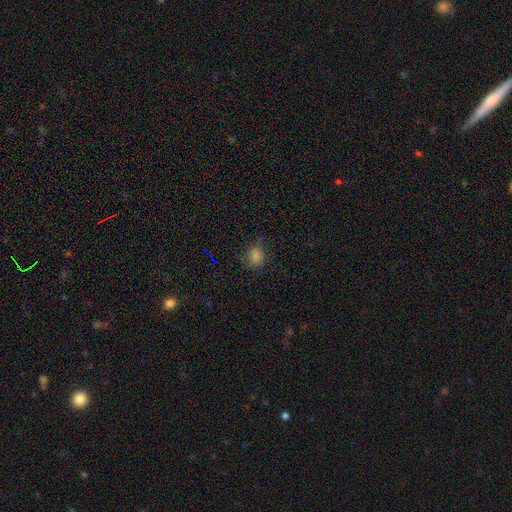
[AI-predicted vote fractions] A smooth galaxy with no disk features (73%) that is round (59%). Merging: none (73%).